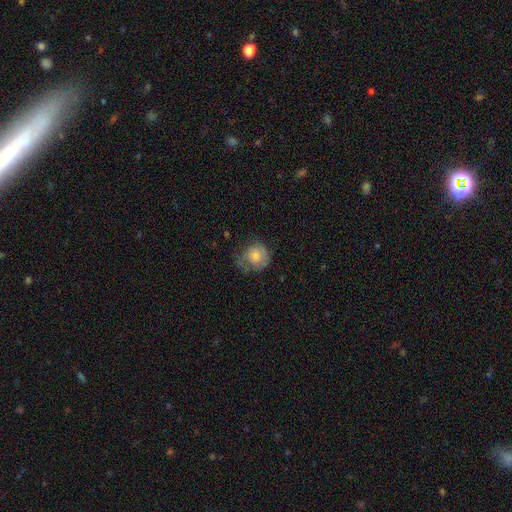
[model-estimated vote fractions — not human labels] Morphology: type=smooth (54%); roundness=round (80%); merging=none (51%).